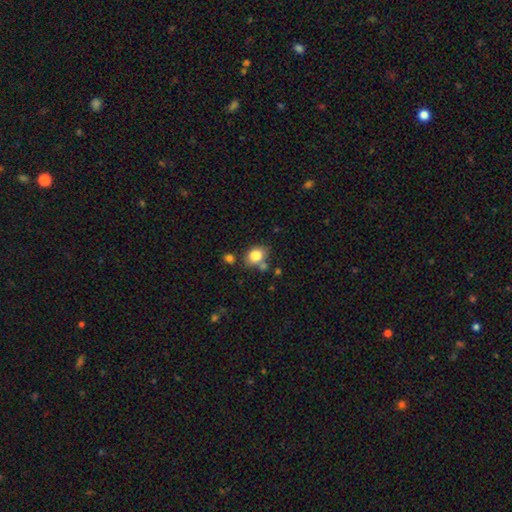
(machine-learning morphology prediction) smooth_or_featured: smooth (p=0.82) [alt: star or artifact p=0.10]
how_rounded: in between (p=0.59) [alt: round p=0.40]
merging: none (p=0.62) [alt: minor disturbance p=0.17]